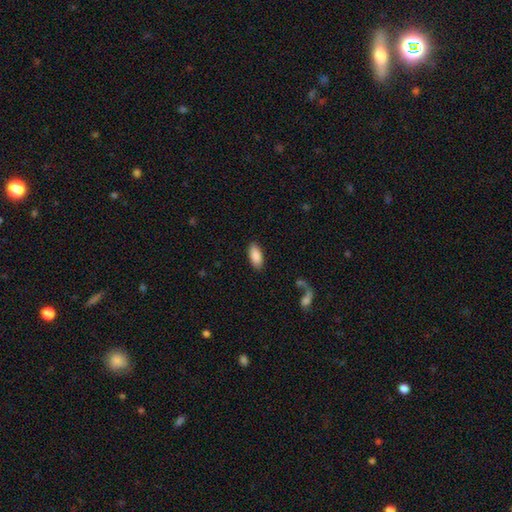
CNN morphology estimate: A smooth galaxy with no disk features (89%) that is in between round and cigar-shaped (91%).

Vote fractions:
- Smooth or featured? smooth: 89% / star or artifact: 6% / featured or disk: 5%
- How rounded? in between: 91% / cigar-shaped: 7% / round: 2%
- Merging? none: 87% / minor disturbance: 8% / major disturbance: 3% / merger: 2%